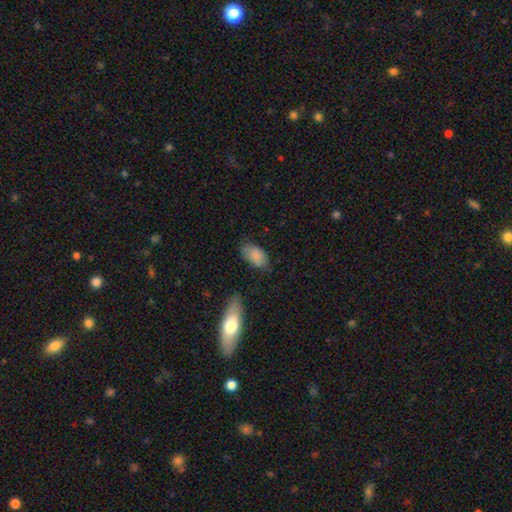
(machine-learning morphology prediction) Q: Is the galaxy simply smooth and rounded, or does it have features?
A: smooth — 84%.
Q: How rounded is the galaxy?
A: in between — 93%.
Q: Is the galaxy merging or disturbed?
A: none — 67%.